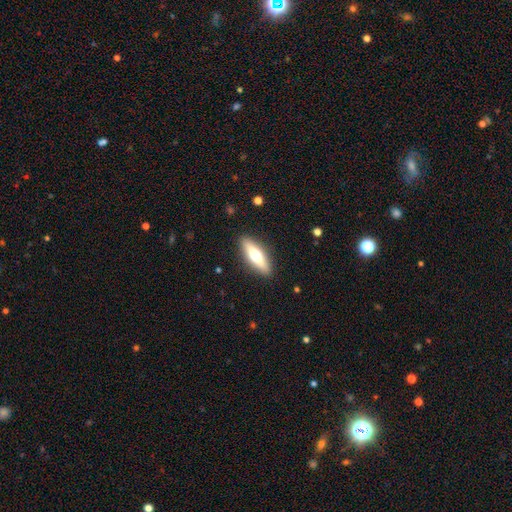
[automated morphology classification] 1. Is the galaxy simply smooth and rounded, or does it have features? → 55% smooth, 39% featured or disk, 6% star or artifact.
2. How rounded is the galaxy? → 54% cigar-shaped, 44% in between, 2% round.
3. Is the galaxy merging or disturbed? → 89% none, 8% minor disturbance, 2% major disturbance, 1% merger.